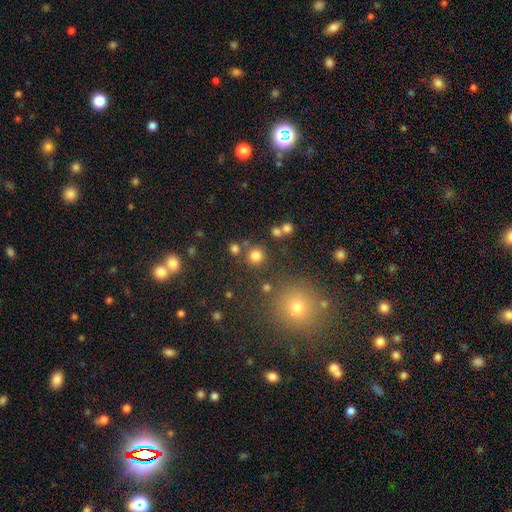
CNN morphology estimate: This appears to be a smooth galaxy with no disk features (78%) that is round (93%). Merging: none (82%).